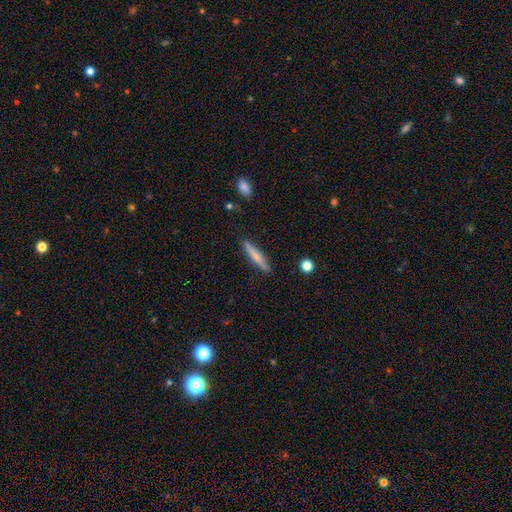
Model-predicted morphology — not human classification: A smooth galaxy with no disk features (60%) that is cigar-shaped (93%). Merging: none (88%).